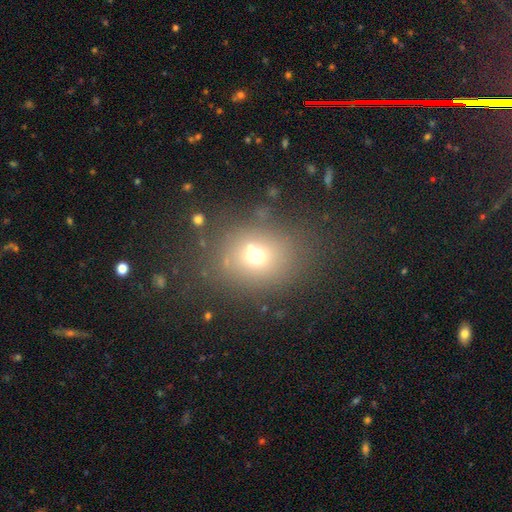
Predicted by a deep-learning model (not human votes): This appears to be a smooth galaxy with no disk features (65%) that is round (66%). Merging: none (70%).